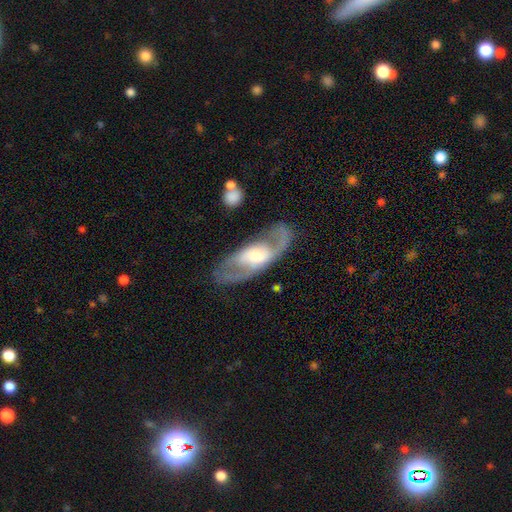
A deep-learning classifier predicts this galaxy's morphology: A featured or disk galaxy (77%) with no bar (47%), 2 (78%) medium (47%) spiral arms (82%) and a moderate central bulge (53%).

Vote fractions:
- Smooth or featured? featured or disk: 77% / smooth: 18% / star or artifact: 5%
- Edge-on disk? no: 88% / yes: 12%
- Bar? no: 47% / weak: 36% / strong: 16%
- Spiral arms? yes: 82% / no: 18%
- Spiral winding? medium: 47% / loose: 31% / tight: 22%
- Spiral arm count? 2: 78% / can't tell: 11% / 1: 8% / 3: 2% / 4: 1% / more than 4: 1%
- Bulge size? moderate: 53% / small: 24% / large: 19% / dominant: 2% / none: 2%
- Merging? none: 72% / minor disturbance: 16% / major disturbance: 10% / merger: 2%